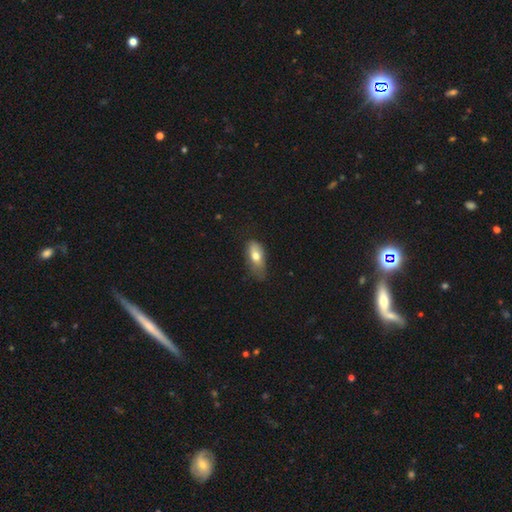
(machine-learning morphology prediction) smooth 71%, featured or disk 22%, star or artifact 7%. Down the decision tree: how rounded — in between (84%); merging — none (42%).